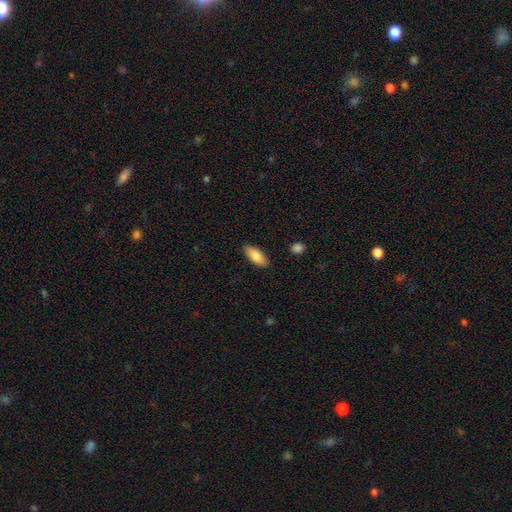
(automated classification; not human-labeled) This appears to be a smooth galaxy with no disk features (83%) that is in between round and cigar-shaped (84%). Merging: none (87%).